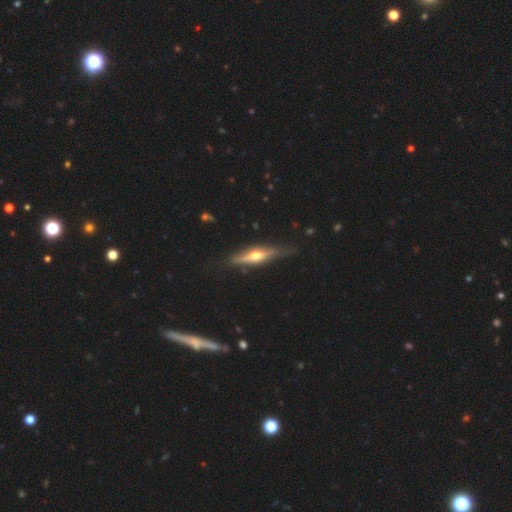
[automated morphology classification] A featured or disk galaxy (72%) viewed edge-on (95%) with a rounded central bulge (92%). Merging: none (81%).